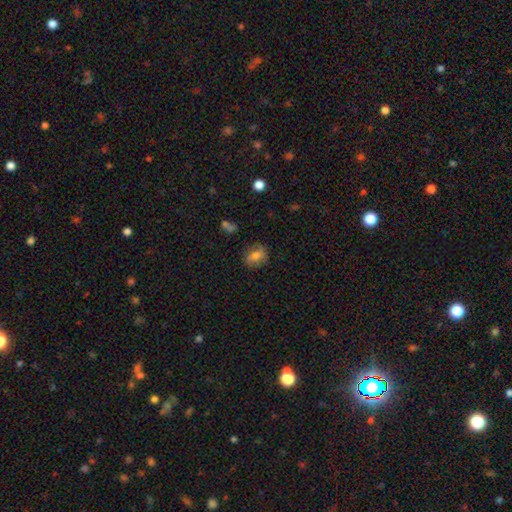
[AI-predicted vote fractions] Morphology: type=smooth (69%); roundness=in between (63%); merging=none (75%).